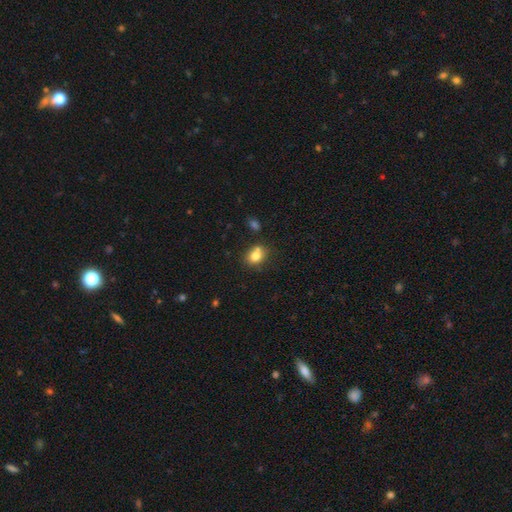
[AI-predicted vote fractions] smooth_or_featured: smooth (p=0.78) [alt: featured or disk p=0.11]
how_rounded: round (p=0.52) [alt: in between p=0.47]
merging: none (p=0.54) [alt: merger p=0.26]